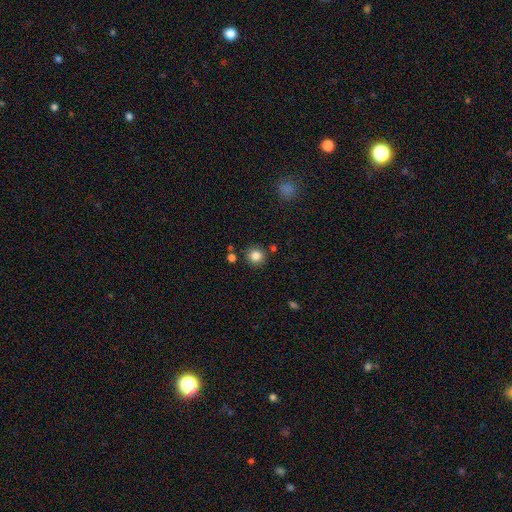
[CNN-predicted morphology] This is clearly a smooth galaxy (84%). How rounded: clearly round (92%). Merging: clearly none (85%).